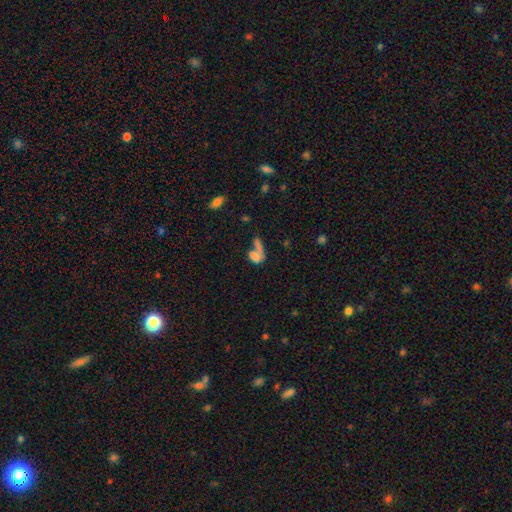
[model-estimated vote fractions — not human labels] The model was most divided on "merging": merger: 56%, none: 23%, major disturbance: 12%, minor disturbance: 9%. More confident: how rounded — in between (68%); smooth or featured — smooth (64%).